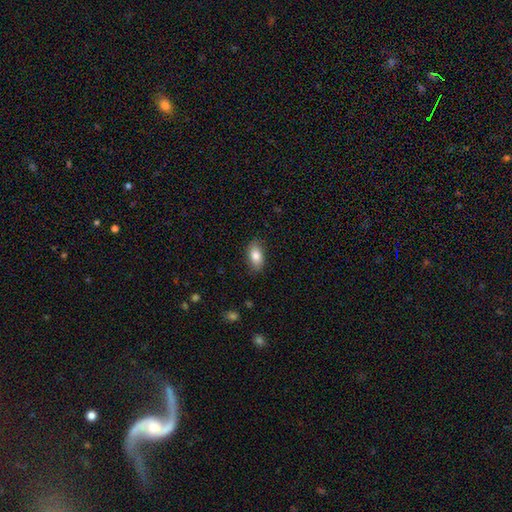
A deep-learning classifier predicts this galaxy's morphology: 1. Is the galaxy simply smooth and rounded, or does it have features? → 83% smooth, 10% featured or disk, 7% star or artifact.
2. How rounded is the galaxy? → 90% in between, 6% round, 4% cigar-shaped.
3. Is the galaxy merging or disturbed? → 86% none, 11% minor disturbance, 2% major disturbance, 1% merger.